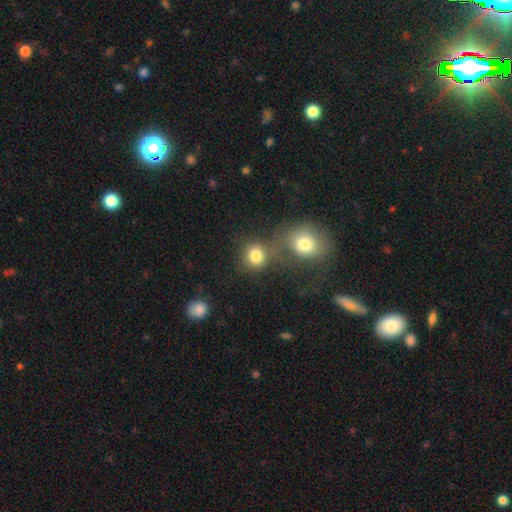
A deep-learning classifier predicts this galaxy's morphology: smooth 82%, star or artifact 11%, featured or disk 7%. Down the decision tree: how rounded — round (84%); merging — none (50%).